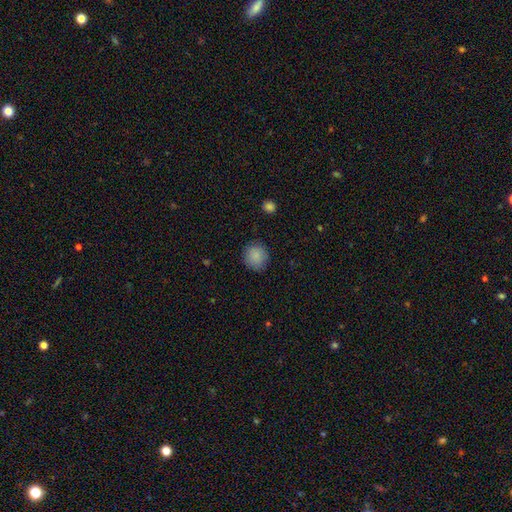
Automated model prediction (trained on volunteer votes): Smooth or featured?
  - smooth: 88% *
  - star or artifact: 8%
  - featured or disk: 4%
How rounded?
  - round: 89% *
  - in between: 10%
  - cigar-shaped: 1%
Merging?
  - none: 87% *
  - minor disturbance: 9%
  - major disturbance: 3%
  - merger: 1%